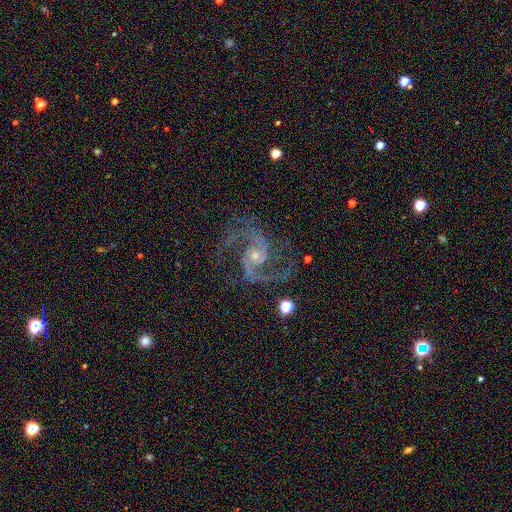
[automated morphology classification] A featured or disk galaxy (93%) with no bar (63%), 2 (88%) medium (65%) spiral arms (99%) and a small central bulge (63%).

Vote fractions:
- Smooth or featured? featured or disk: 93% / star or artifact: 5% / smooth: 2%
- Edge-on disk? no: 98% / yes: 2%
- Bar? no: 63% / weak: 29% / strong: 8%
- Spiral arms? yes: 99% / no: 1%
- Spiral winding? medium: 65% / loose: 20% / tight: 16%
- Spiral arm count? 2: 88% / 3: 5% / can't tell: 2% / 4: 2% / 1: 2% / more than 4: 2%
- Bulge size? small: 63% / moderate: 32% / none: 2% / large: 2% / dominant: 1%
- Merging? none: 72% / minor disturbance: 16% / major disturbance: 11% / merger: 2%